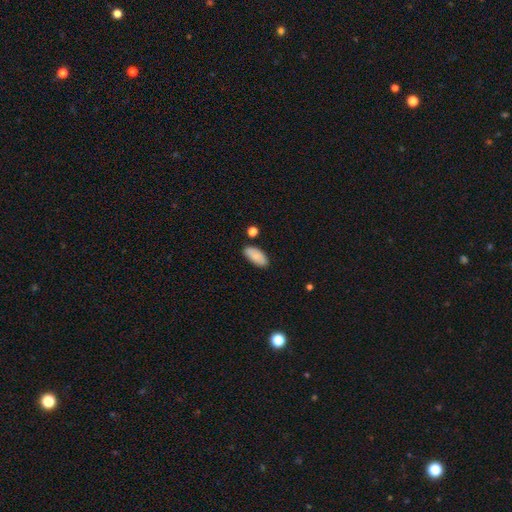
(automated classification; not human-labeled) Smooth or featured? smooth (85%)
How rounded? in between (91%)
Merging? none (82%)